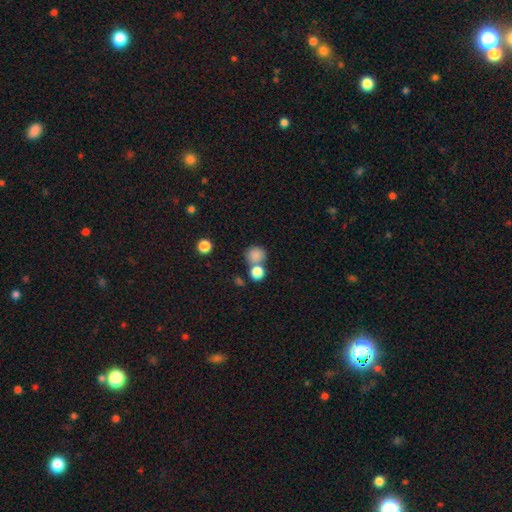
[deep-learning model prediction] Smooth or featured?
  - smooth: 83% *
  - star or artifact: 11%
  - featured or disk: 6%
How rounded?
  - round: 84% *
  - in between: 15%
  - cigar-shaped: 1%
Merging?
  - none: 55% *
  - merger: 31%
  - minor disturbance: 10%
  - major disturbance: 4%